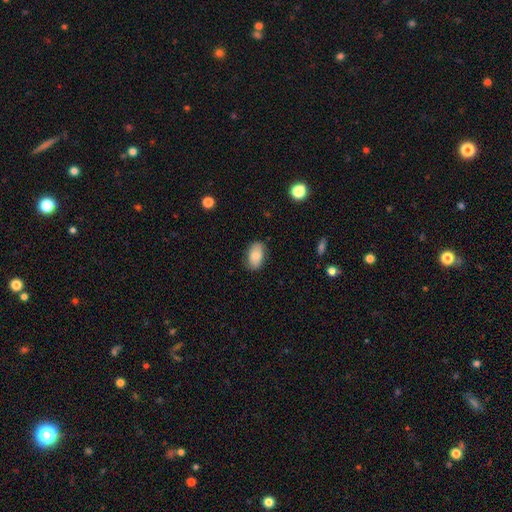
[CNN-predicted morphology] smooth_or_featured: smooth (p=0.81) [alt: featured or disk p=0.12]
how_rounded: in between (p=0.92) [alt: round p=0.06]
merging: none (p=0.82) [alt: minor disturbance p=0.14]